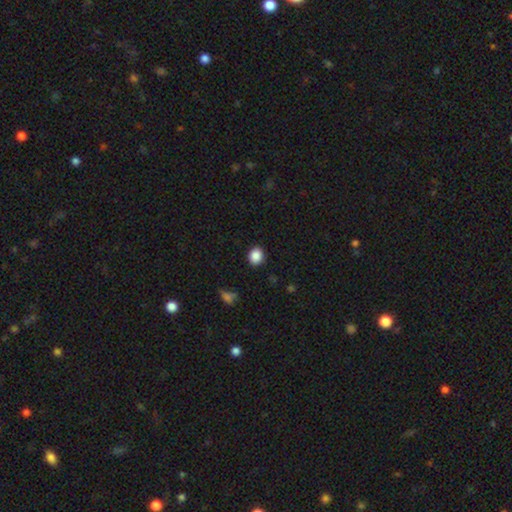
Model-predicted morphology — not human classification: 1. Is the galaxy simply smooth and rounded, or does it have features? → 87% smooth, 9% star or artifact, 4% featured or disk.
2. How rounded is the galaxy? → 65% round, 34% in between, 1% cigar-shaped.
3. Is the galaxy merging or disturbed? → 89% none, 8% minor disturbance, 2% major disturbance, 1% merger.